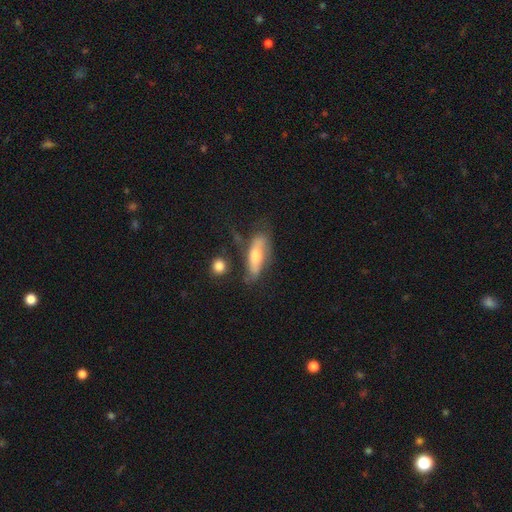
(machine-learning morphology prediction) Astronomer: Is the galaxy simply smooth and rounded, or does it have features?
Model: smooth — 48% (runner-up: featured or disk, 44%).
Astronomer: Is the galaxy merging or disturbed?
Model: none — 52% (runner-up: minor disturbance, 27%).